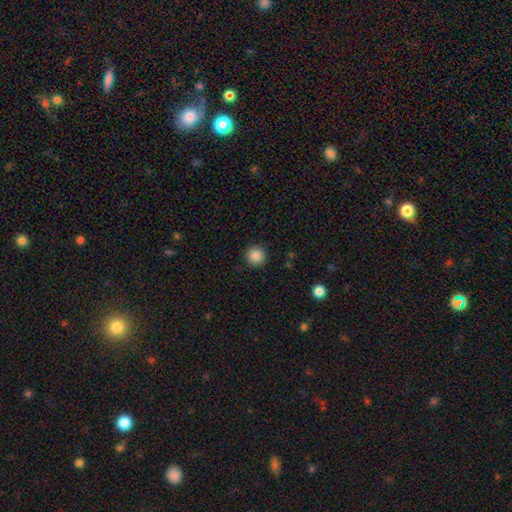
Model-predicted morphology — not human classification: Q: Smooth or featured?
A: smooth (87%); runner-up: star or artifact (9%)
Q: How rounded?
A: round (95%); runner-up: in between (4%)
Q: Merging?
A: none (91%); runner-up: minor disturbance (6%)